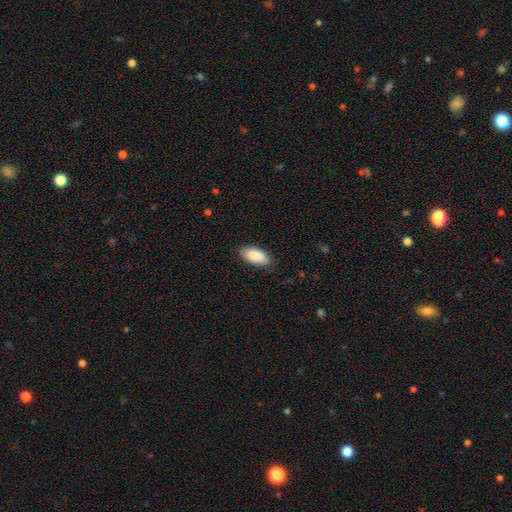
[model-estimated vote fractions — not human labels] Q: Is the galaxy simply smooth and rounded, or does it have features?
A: smooth — 89%.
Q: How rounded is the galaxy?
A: in between — 89%.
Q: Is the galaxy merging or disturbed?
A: none — 85%.